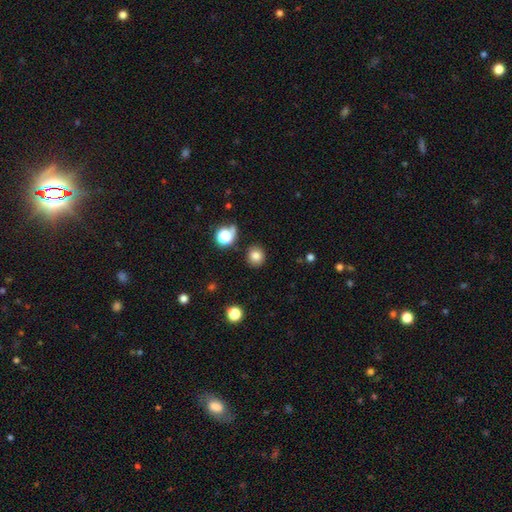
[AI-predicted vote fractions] The model was most divided on "smooth or featured": smooth: 80%, star or artifact: 13%, featured or disk: 6%. More confident: how rounded — round (88%); merging — none (87%).